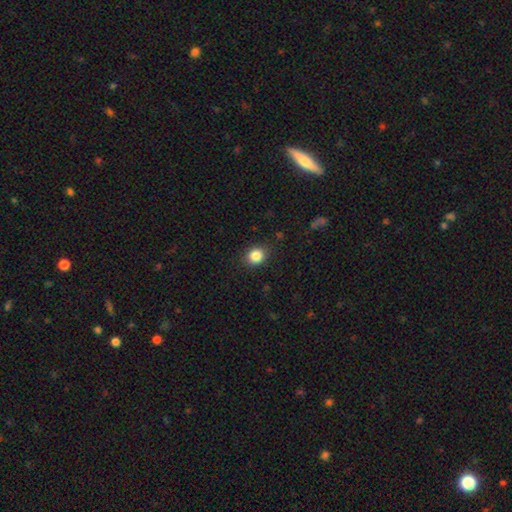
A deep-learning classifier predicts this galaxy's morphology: smooth 85%, star or artifact 11%, featured or disk 5%. Down the decision tree: how rounded — round (70%); merging — none (87%).